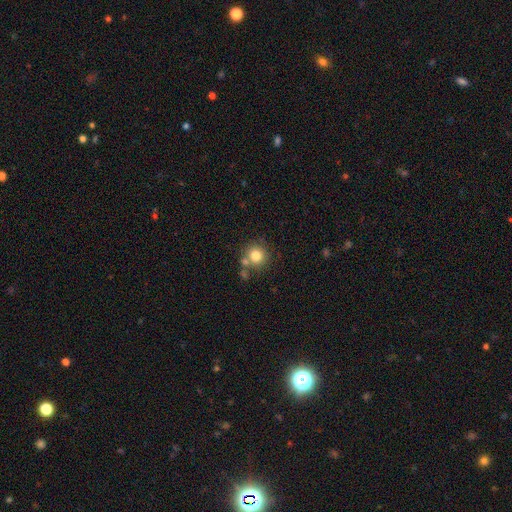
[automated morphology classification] Q: Smooth or featured?
A: smooth (80%); runner-up: star or artifact (11%)
Q: How rounded?
A: round (92%); runner-up: in between (7%)
Q: Merging?
A: none (66%); runner-up: merger (19%)